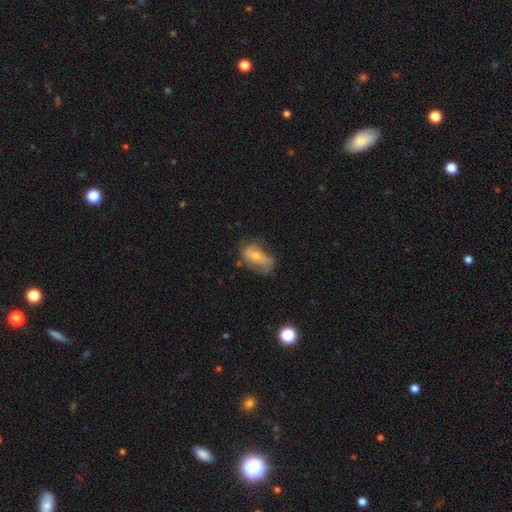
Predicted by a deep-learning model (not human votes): Smooth or featured? featured or disk (54%)
Edge-on disk? no (89%)
Merging? none (57%)